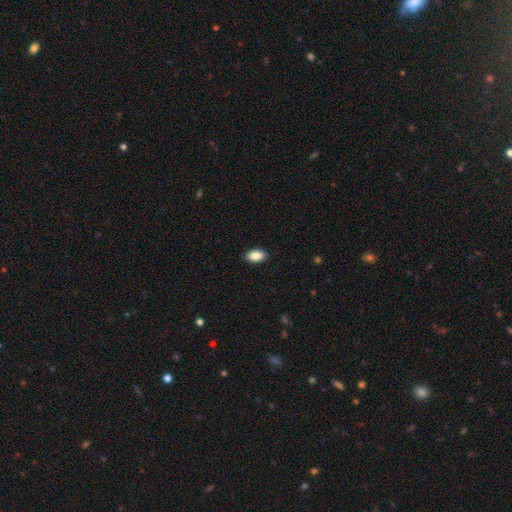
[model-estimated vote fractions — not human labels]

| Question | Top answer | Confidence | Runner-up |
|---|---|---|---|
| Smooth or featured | smooth | 87% | star or artifact (7%) |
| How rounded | in between | 93% | round (5%) |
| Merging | none | 90% | minor disturbance (8%) |